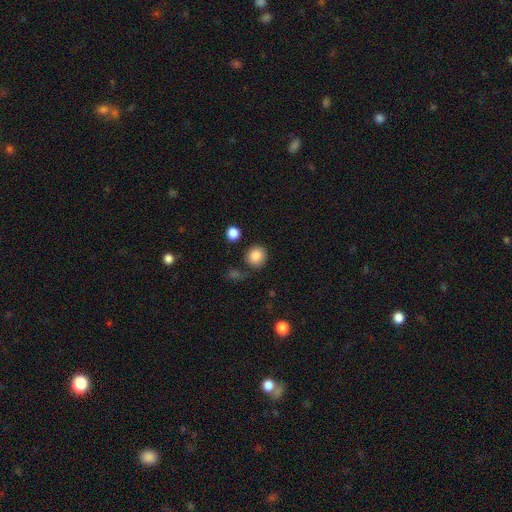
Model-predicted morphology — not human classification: The model was most divided on "merging": none: 79%, minor disturbance: 11%, merger: 5%, major disturbance: 4%. More confident: smooth or featured — smooth (86%); how rounded — round (85%).